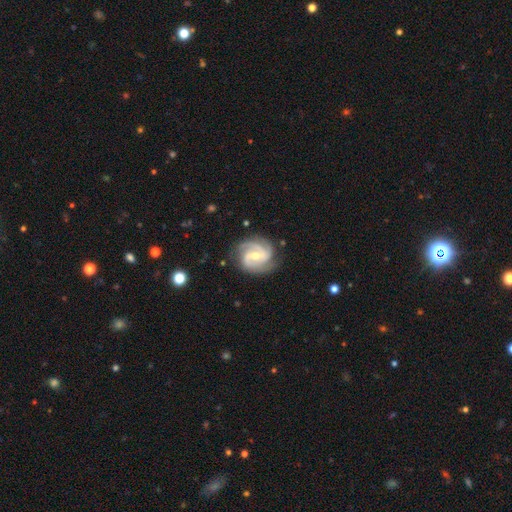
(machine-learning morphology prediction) smooth-or-featured: featured or disk: 90% | smooth: 6% | star or artifact: 4%
  disk-edge-on: no: 98% | yes: 2%
    bar: weak: 50% | strong: 27% | no: 24%
    has-spiral-arms: yes: 98% | no: 2%
      spiral-winding: tight: 46% | medium: 45% | loose: 9%
      spiral-arm-count: 3: 50% | 2: 29% | can't tell: 7% | 4: 7% | 1: 3% | more than 4: 3%
    bulge-size: moderate: 50% | small: 46% | large: 2% | none: 1% | dominant: 1%
  merging: none: 78% | minor disturbance: 15% | major disturbance: 5% | merger: 1%